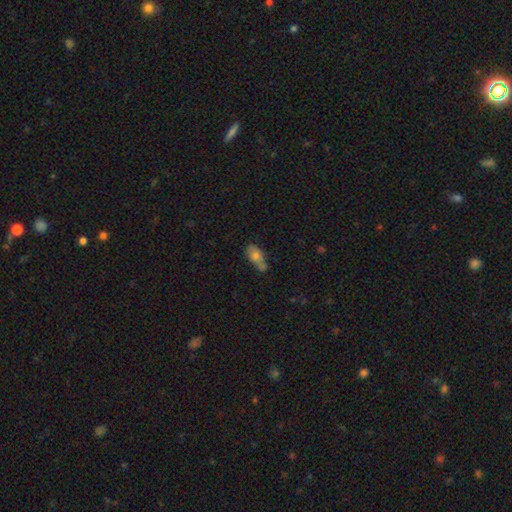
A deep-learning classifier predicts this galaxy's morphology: Smooth or featured: smooth — 72% (featured or disk — 19%)
How rounded: in between — 83% (round — 11%)
Merging: merger — 34% (tied with none — 34%)